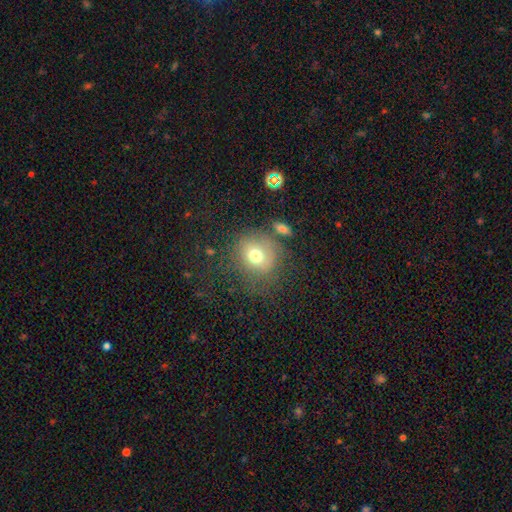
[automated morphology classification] Smooth or featured: smooth — 72% (featured or disk — 15%)
How rounded: round — 80% (in between — 19%)
Merging: none — 64% (minor disturbance — 17%)